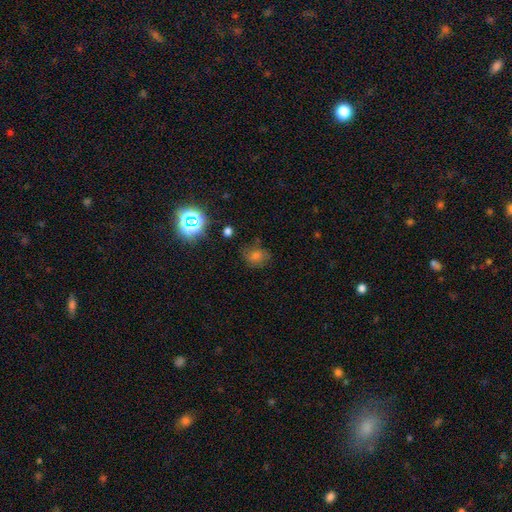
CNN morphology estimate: Smooth or featured? smooth (56%)
How rounded? round (53%)
Merging? none (70%)